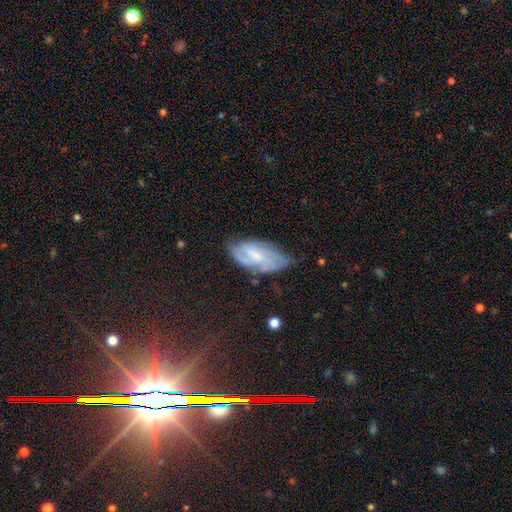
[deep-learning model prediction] featured or disk 61%, smooth 31%, star or artifact 9%. Down the decision tree: edge-on disk — no (94%); bar — weak (47%); spiral arms — yes (84%); bulge size — small (51%); merging — none (50%).